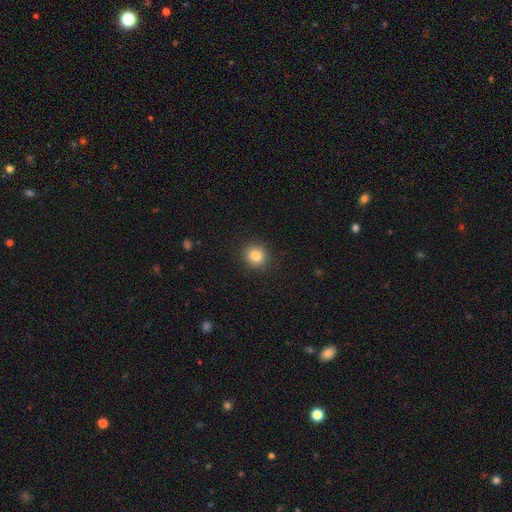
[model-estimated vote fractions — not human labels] This appears to be a smooth galaxy with no disk features (83%) that is round (90%). Merging: none (91%).